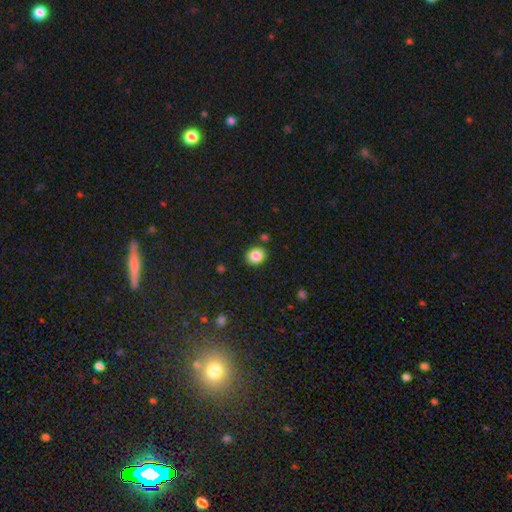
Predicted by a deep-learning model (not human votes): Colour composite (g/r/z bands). It shows a smooth galaxy with no disk features (84%) that is round (67%). Merging: none (86%).